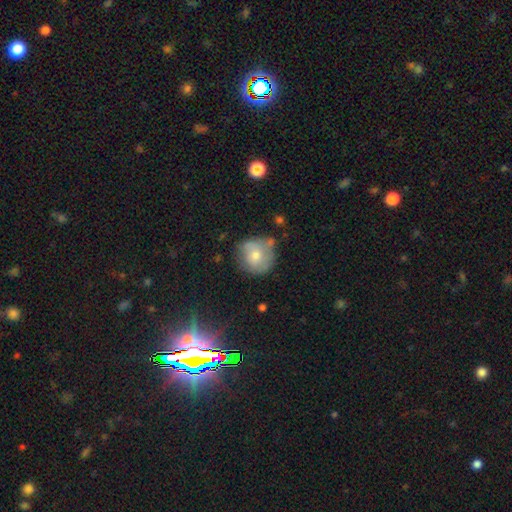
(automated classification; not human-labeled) This is possibly a smooth galaxy (56%). How rounded: clearly round (86%). Merging: likely none (61%).